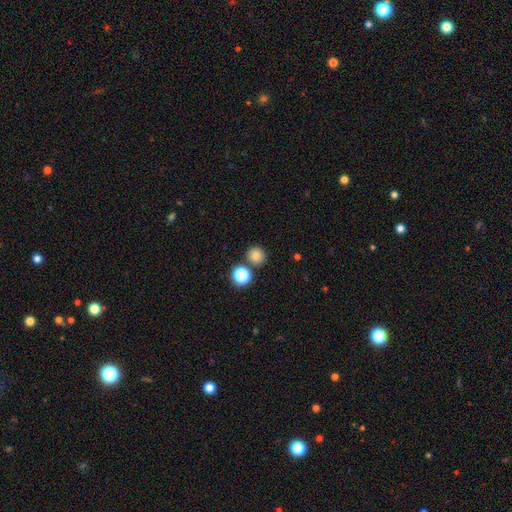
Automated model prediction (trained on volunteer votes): smooth-or-featured: smooth: 78% | star or artifact: 15% | featured or disk: 7%
  how-rounded: round: 89% | in between: 10% | cigar-shaped: 1%
  merging: none: 79% | merger: 11% | minor disturbance: 7% | major disturbance: 2%